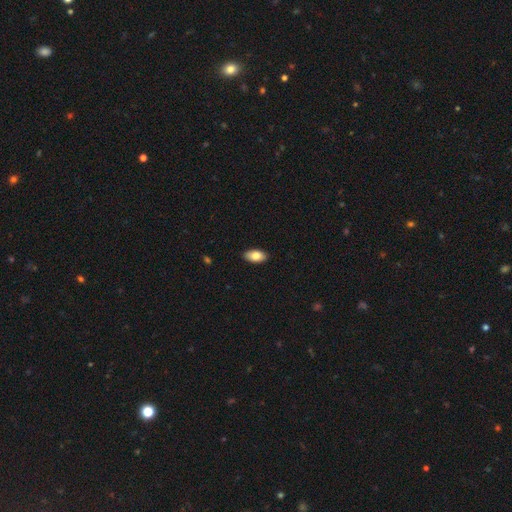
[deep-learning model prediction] Morphology: type=smooth (81%); roundness=in between (93%); merging=none (90%).